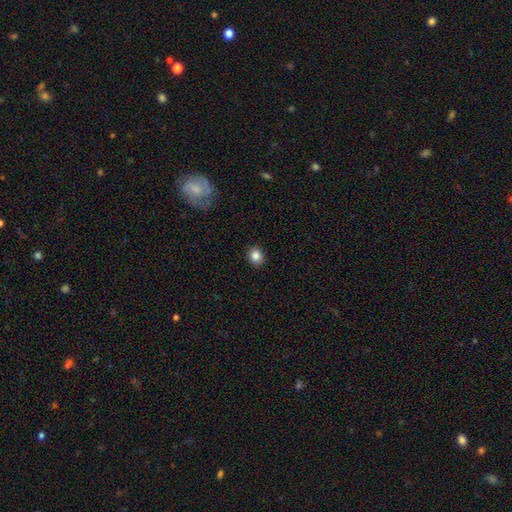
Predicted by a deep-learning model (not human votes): smooth-or-featured: smooth: 85% | star or artifact: 10% | featured or disk: 5%
  how-rounded: round: 67% | in between: 32% | cigar-shaped: 1%
  merging: none: 91% | minor disturbance: 6% | major disturbance: 2% | merger: 1%